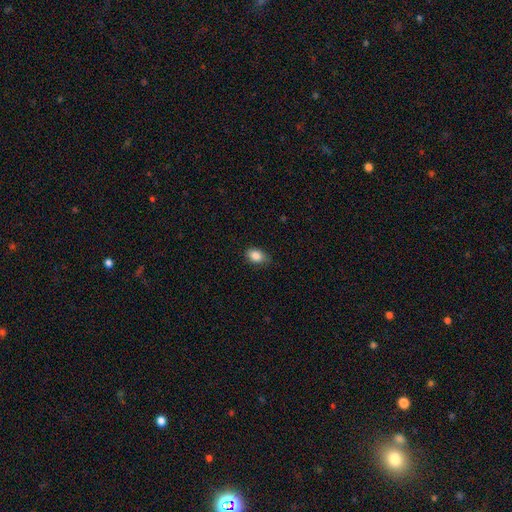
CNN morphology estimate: Smooth or featured?
  - smooth: 87% *
  - star or artifact: 8%
  - featured or disk: 5%
How rounded?
  - in between: 82% *
  - round: 16%
  - cigar-shaped: 1%
Merging?
  - none: 77% *
  - minor disturbance: 19%
  - major disturbance: 3%
  - merger: 1%